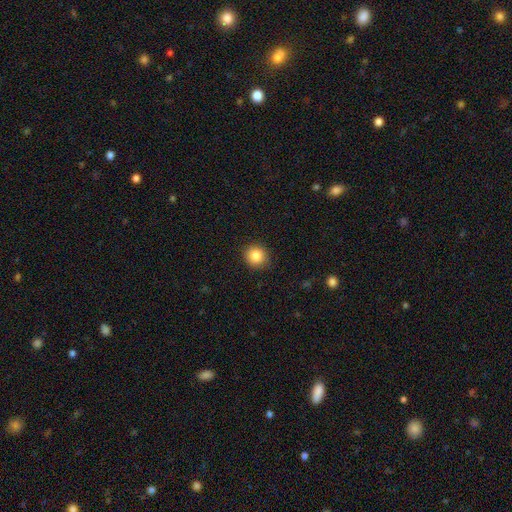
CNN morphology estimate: A smooth galaxy with no disk features (84%) that is round (91%).

Vote fractions:
- Smooth or featured? smooth: 84% / star or artifact: 10% / featured or disk: 6%
- How rounded? round: 91% / in between: 8% / cigar-shaped: 1%
- Merging? none: 90% / minor disturbance: 7% / major disturbance: 2% / merger: 1%